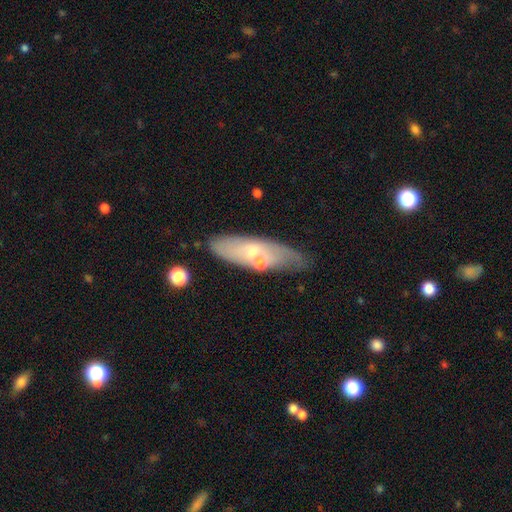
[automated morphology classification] A smooth galaxy with no disk features (49%).

Vote fractions:
- Smooth or featured? smooth: 49% / featured or disk: 43% / star or artifact: 8%
- Merging? none: 63% / minor disturbance: 19% / merger: 12% / major disturbance: 6%